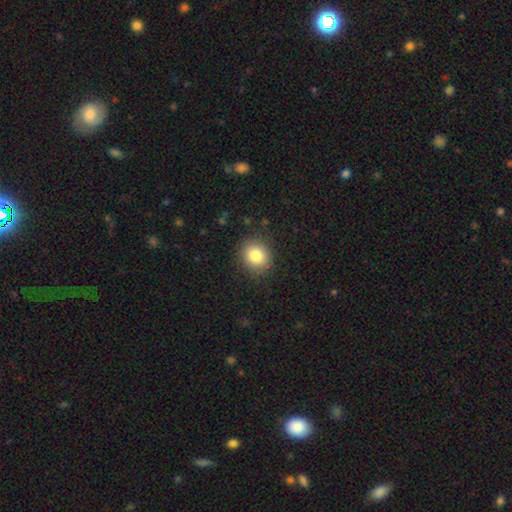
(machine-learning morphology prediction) A smooth galaxy with no disk features (83%) that is round (78%).

Vote fractions:
- Smooth or featured? smooth: 83% / star or artifact: 10% / featured or disk: 7%
- How rounded? round: 78% / in between: 21% / cigar-shaped: 1%
- Merging? none: 88% / minor disturbance: 9% / major disturbance: 3% / merger: 1%